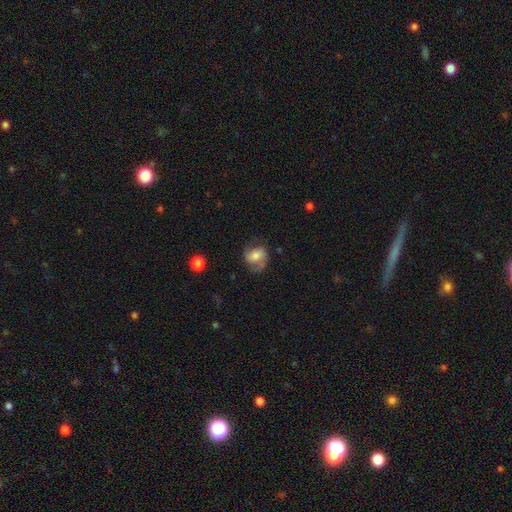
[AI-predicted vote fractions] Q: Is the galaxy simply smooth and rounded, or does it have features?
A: featured or disk — 47%.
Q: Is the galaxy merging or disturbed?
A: none — 59%.